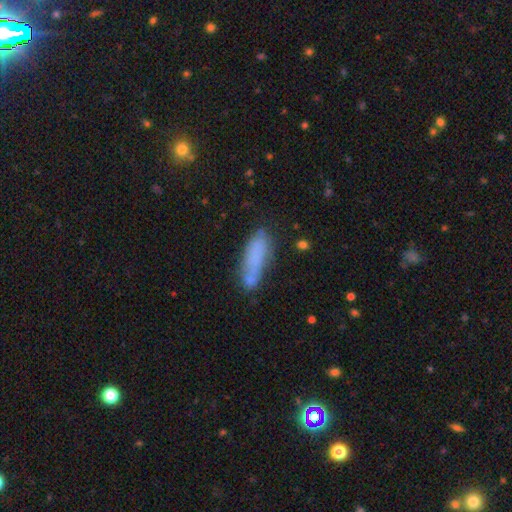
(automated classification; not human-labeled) Smooth or featured? smooth (73%)
How rounded? cigar-shaped (53%)
Merging? none (54%)